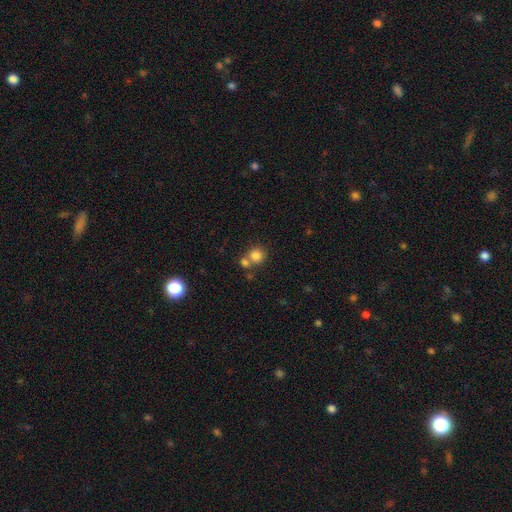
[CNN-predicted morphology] Q: Smooth or featured?
A: smooth (81%); runner-up: star or artifact (12%)
Q: How rounded?
A: round (88%); runner-up: in between (11%)
Q: Merging?
A: none (55%); runner-up: merger (34%)